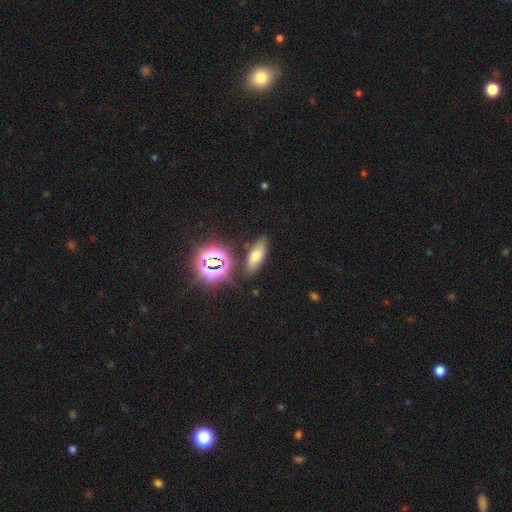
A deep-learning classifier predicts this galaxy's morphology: This appears to be a smooth galaxy with no disk features (57%) that is in between round and cigar-shaped (69%). Merging: none (81%).